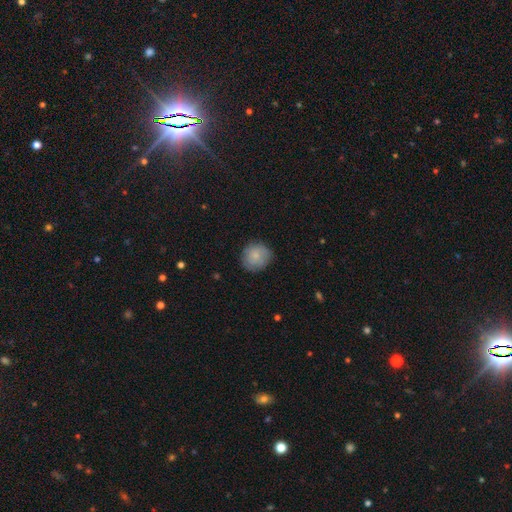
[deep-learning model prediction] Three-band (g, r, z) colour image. It shows a smooth galaxy with no disk features (81%) that is round (86%). Merging: none (80%).